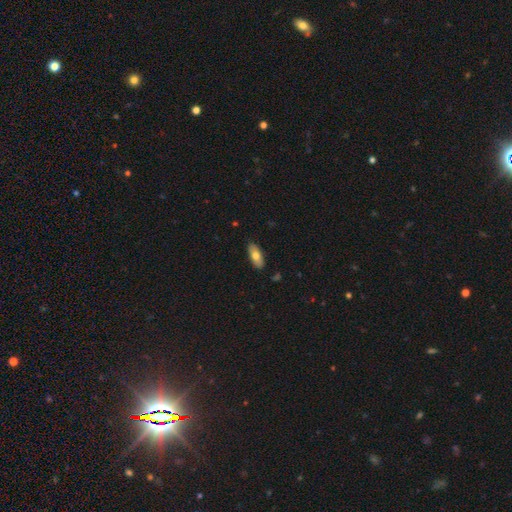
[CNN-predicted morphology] A smooth galaxy with no disk features (71%) that is in between round and cigar-shaped (81%).

Vote fractions:
- Smooth or featured? smooth: 71% / featured or disk: 23% / star or artifact: 6%
- How rounded? in between: 81% / cigar-shaped: 16% / round: 3%
- Merging? none: 88% / minor disturbance: 10% / major disturbance: 2% / merger: 1%